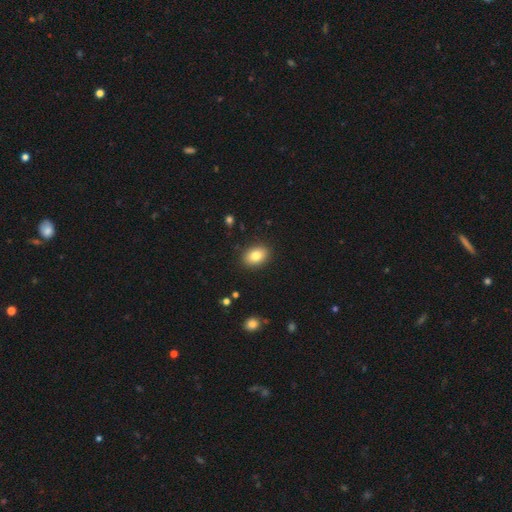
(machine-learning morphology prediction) The model was most divided on "how rounded": in between: 77%, round: 22%, cigar-shaped: 1%. More confident: merging — none (89%); smooth or featured — smooth (82%).